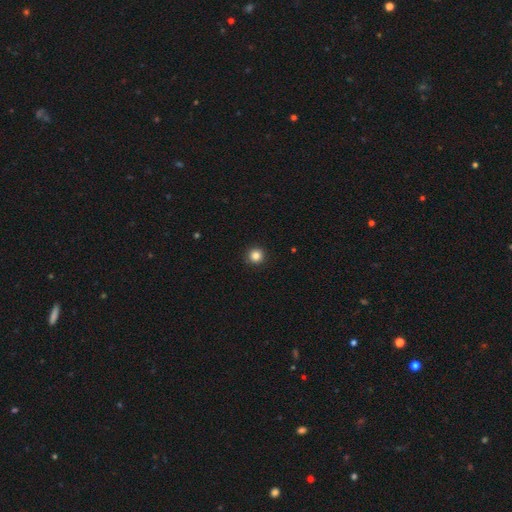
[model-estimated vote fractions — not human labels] This appears to be a smooth galaxy with no disk features (84%) that is round (95%). Merging: none (92%).